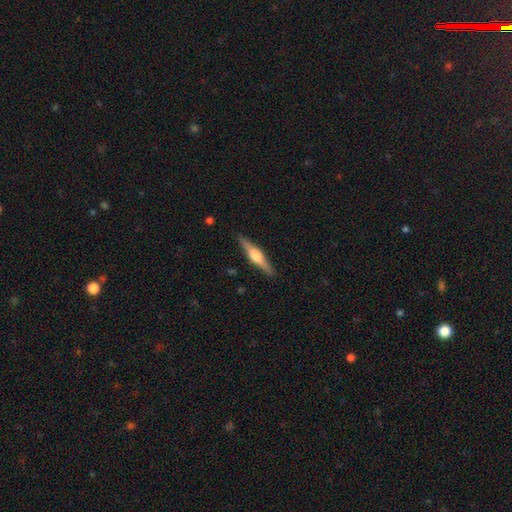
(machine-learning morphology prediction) smooth_or_featured: featured or disk (p=0.69) [alt: smooth p=0.26]
disk_edge_on: yes (p=0.97) [alt: no p=0.03]
edge_on_bulge: rounded (p=0.90) [alt: boxy p=0.08]
merging: none (p=0.90) [alt: minor disturbance p=0.07]